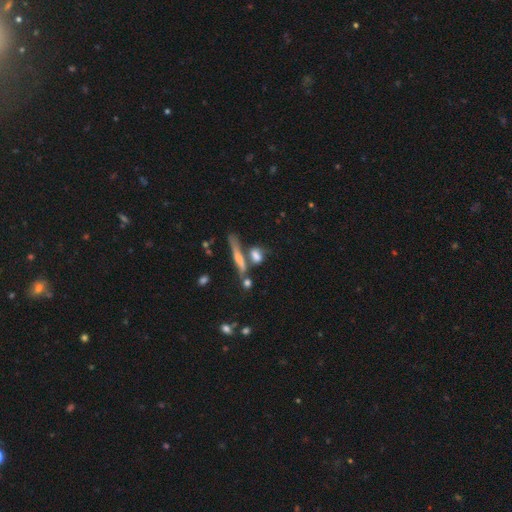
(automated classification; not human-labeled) Smooth or featured: smooth — 58% (featured or disk — 29%)
How rounded: cigar-shaped — 45% (in between — 36%)
Merging: none — 45% (merger — 30%)